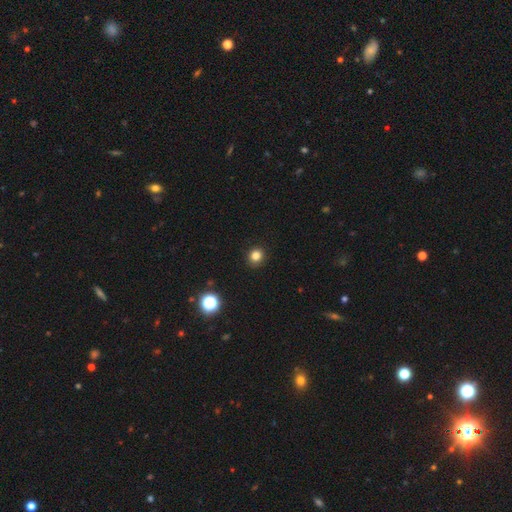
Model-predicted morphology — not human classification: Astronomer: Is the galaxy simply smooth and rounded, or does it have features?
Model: smooth — 82%.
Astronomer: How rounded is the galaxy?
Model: round — 86%.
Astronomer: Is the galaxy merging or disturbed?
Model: none — 91%.